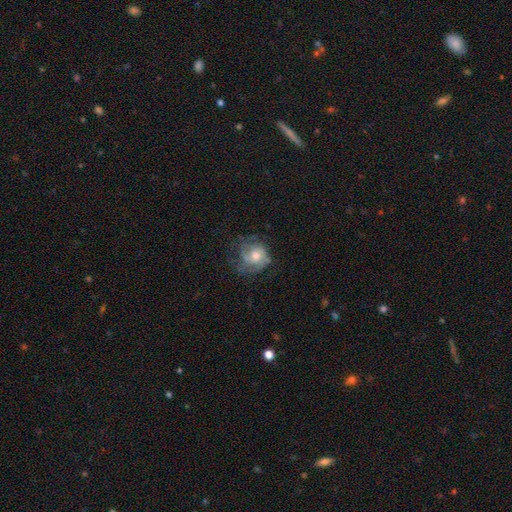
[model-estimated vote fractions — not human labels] A featured or disk galaxy (66%) with no bar (73%), 2 (35%) tight (44%) spiral arms (85%) and a moderate central bulge (63%).

Vote fractions:
- Smooth or featured? featured or disk: 66% / smooth: 26% / star or artifact: 8%
- Edge-on disk? no: 98% / yes: 2%
- Bar? no: 73% / weak: 24% / strong: 4%
- Spiral arms? yes: 85% / no: 15%
- Spiral winding? tight: 44% / medium: 39% / loose: 17%
- Spiral arm count? 2: 35% / can't tell: 28% / 3: 18% / 1: 12% / 4: 4% / more than 4: 3%
- Bulge size? moderate: 63% / small: 17% / large: 15% / none: 3% / dominant: 1%
- Merging? none: 55% / minor disturbance: 24% / major disturbance: 20% / merger: 2%